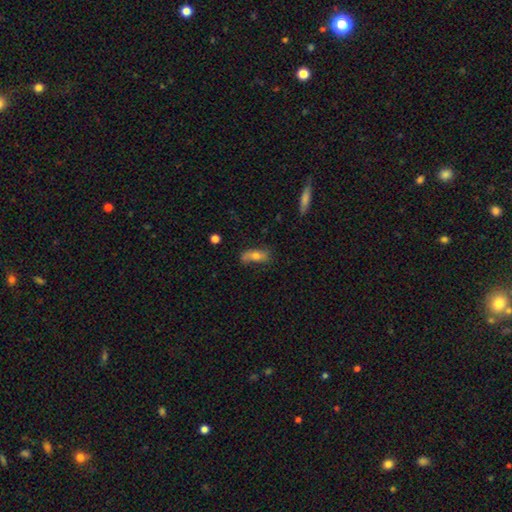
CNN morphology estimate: This appears to be a smooth galaxy with no disk features (60%) that is in between round and cigar-shaped (64%). Merging: none (54%).